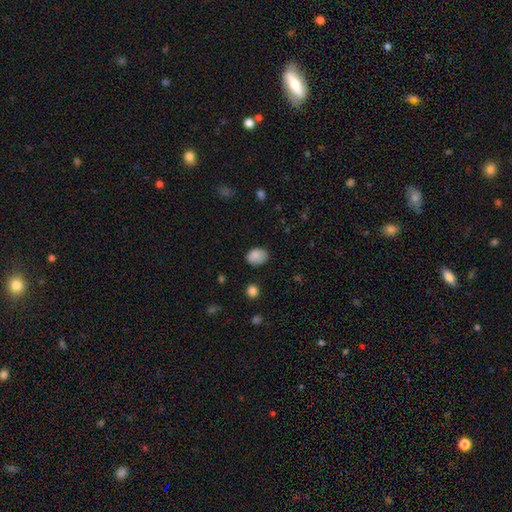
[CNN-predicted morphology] Q: Smooth or featured?
A: smooth (84%); runner-up: star or artifact (9%)
Q: How rounded?
A: in between (72%); runner-up: round (28%)
Q: Merging?
A: none (70%); runner-up: minor disturbance (23%)